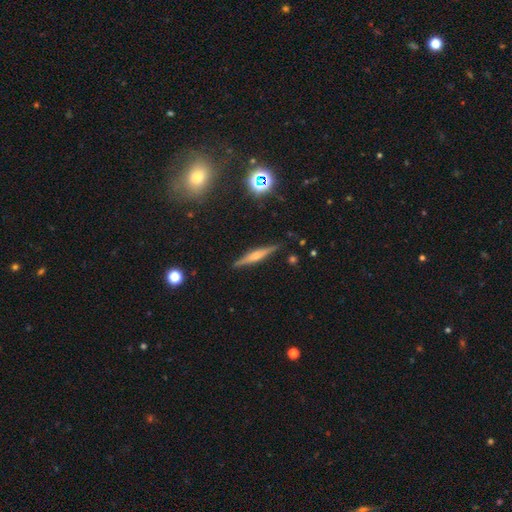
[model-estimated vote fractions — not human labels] smooth-or-featured: featured or disk: 61% | smooth: 29% | star or artifact: 10%
  disk-edge-on: yes: 97% | no: 3%
    edge-on-bulge: rounded: 62% | boxy: 24% | none: 13%
  merging: none: 89% | minor disturbance: 8% | major disturbance: 2% | merger: 1%